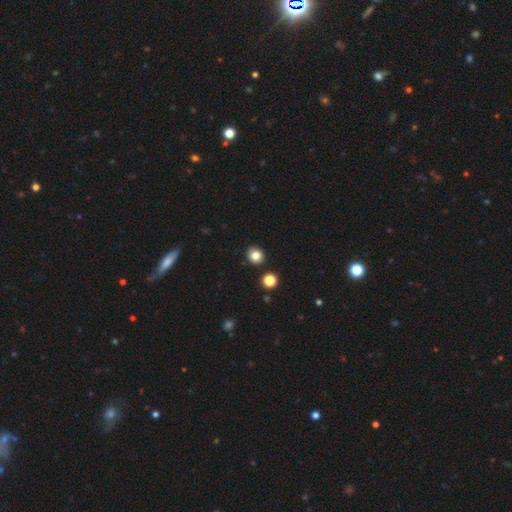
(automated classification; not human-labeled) This is clearly a smooth galaxy (82%). How rounded: likely round (78%). Merging: clearly none (89%).